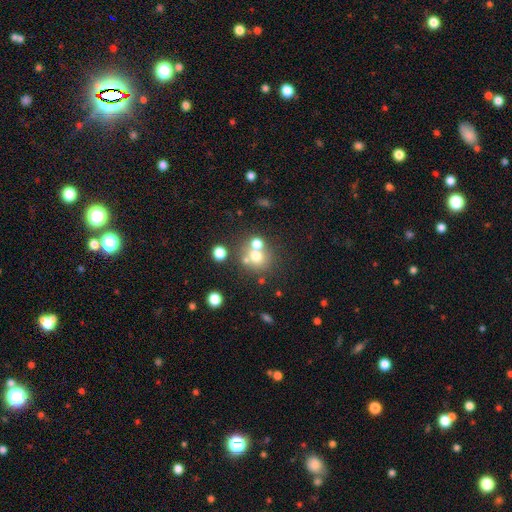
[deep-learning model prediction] This is likely a smooth galaxy (65%). How rounded: clearly round (85%). Merging: possibly none (54%).